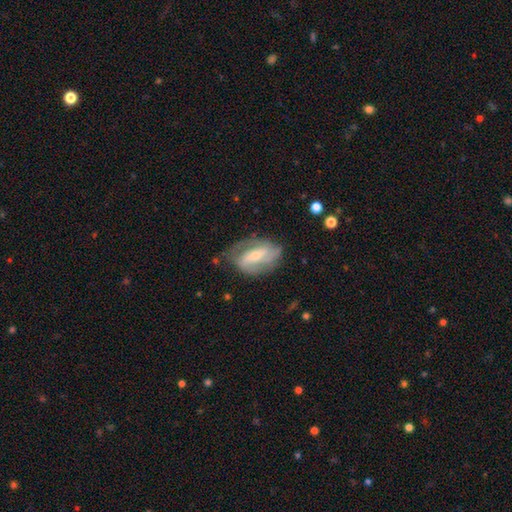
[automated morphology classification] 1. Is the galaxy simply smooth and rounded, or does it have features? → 74% featured or disk, 20% smooth, 6% star or artifact.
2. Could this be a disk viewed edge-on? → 94% no, 6% yes.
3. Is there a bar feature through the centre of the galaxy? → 44% strong, 35% weak, 21% no.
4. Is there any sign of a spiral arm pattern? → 84% yes, 16% no.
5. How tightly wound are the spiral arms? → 42% medium, 33% tight, 25% loose.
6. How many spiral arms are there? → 68% 2, 18% can't tell, 6% 3, 5% 1, 2% 4, 2% more than 4.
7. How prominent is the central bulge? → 52% small, 43% moderate, 3% large, 2% none, 1% dominant.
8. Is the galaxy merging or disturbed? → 63% none, 24% minor disturbance, 12% major disturbance, 2% merger.